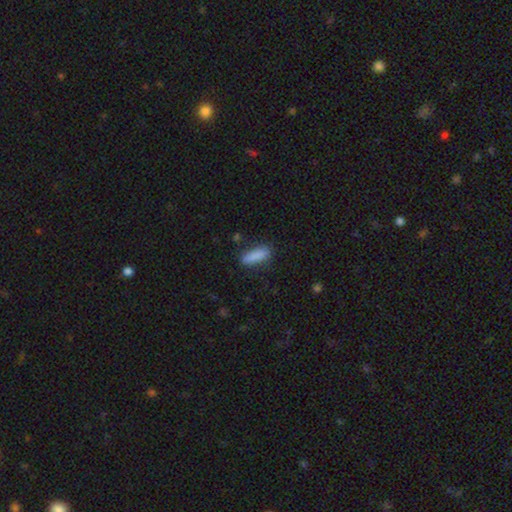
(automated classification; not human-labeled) Smooth or featured?
  - smooth: 87% *
  - star or artifact: 7%
  - featured or disk: 6%
How rounded?
  - in between: 51% *
  - cigar-shaped: 47%
  - round: 2%
Merging?
  - none: 80% *
  - minor disturbance: 14%
  - major disturbance: 4%
  - merger: 2%